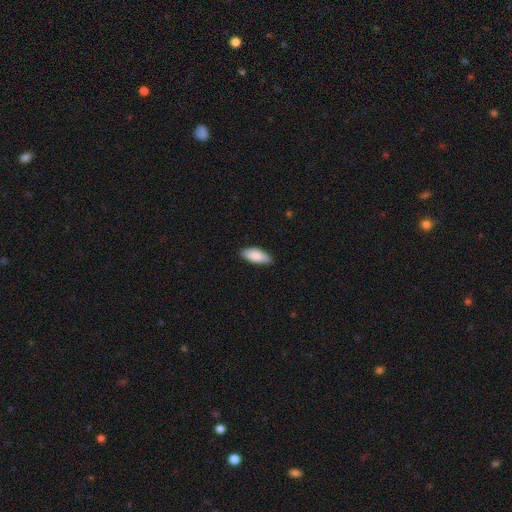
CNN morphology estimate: Q: Smooth or featured?
A: smooth (87%); runner-up: featured or disk (7%)
Q: How rounded?
A: in between (84%); runner-up: cigar-shaped (14%)
Q: Merging?
A: none (84%); runner-up: minor disturbance (13%)